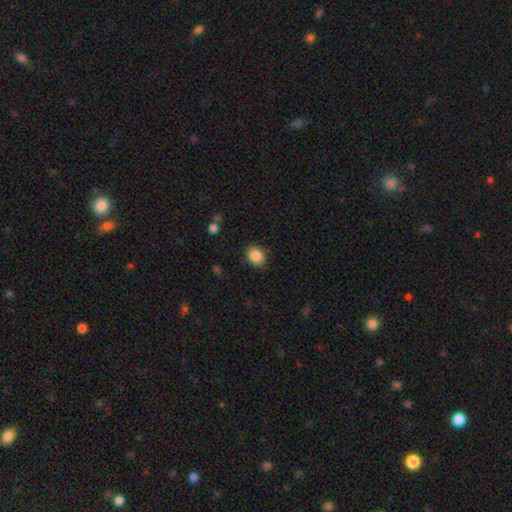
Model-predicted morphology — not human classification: A smooth galaxy with no disk features (87%) that is in between round and cigar-shaped (62%).

Vote fractions:
- Smooth or featured? smooth: 87% / star or artifact: 8% / featured or disk: 5%
- How rounded? in between: 62% / round: 37% / cigar-shaped: 1%
- Merging? none: 83% / minor disturbance: 12% / major disturbance: 3% / merger: 1%